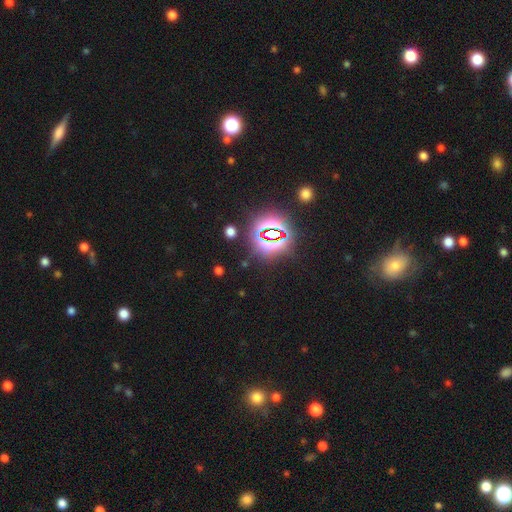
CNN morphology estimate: star or artifact 79%, smooth 13%, featured or disk 8%.